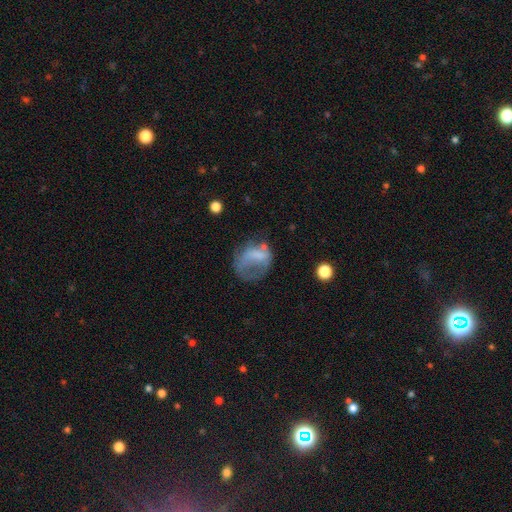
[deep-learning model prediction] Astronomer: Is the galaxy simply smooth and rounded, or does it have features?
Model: smooth — 53% (runner-up: featured or disk, 35%).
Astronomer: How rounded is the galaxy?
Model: round — 50% (runner-up: in between, 48%).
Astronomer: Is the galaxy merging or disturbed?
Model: major disturbance — 42% (runner-up: none, 31%).